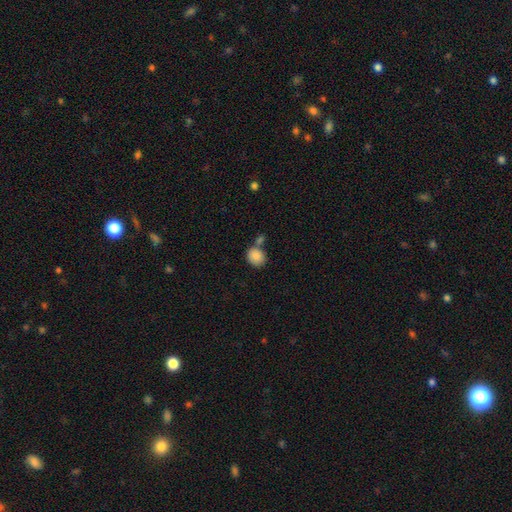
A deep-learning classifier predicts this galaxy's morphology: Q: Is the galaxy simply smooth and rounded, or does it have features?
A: smooth — 86%.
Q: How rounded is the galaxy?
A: round — 66%.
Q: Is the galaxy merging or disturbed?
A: none — 57%.